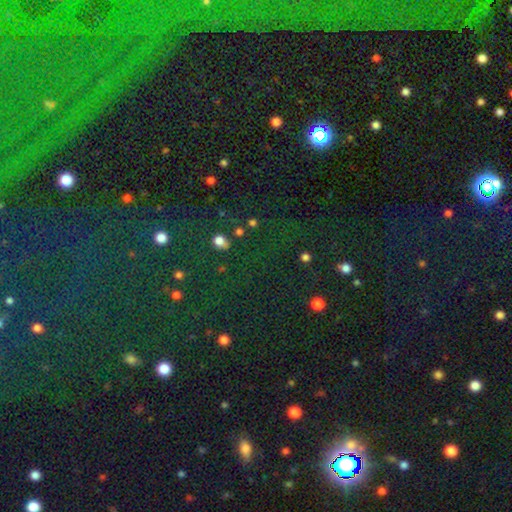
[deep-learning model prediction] Overall: star or artifact (77%).